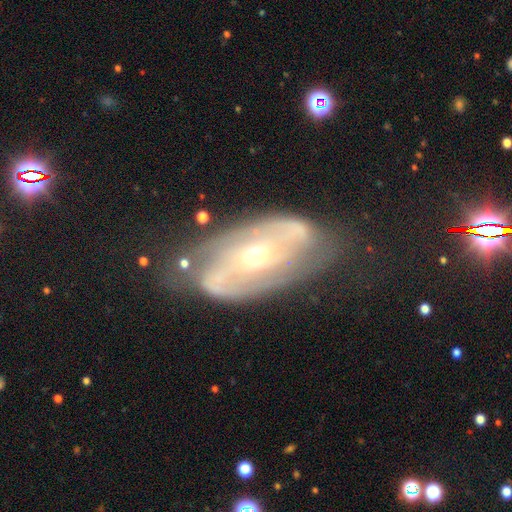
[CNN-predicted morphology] Q: Smooth or featured?
A: featured or disk (82%); runner-up: smooth (11%)
Q: Edge-on disk?
A: no (93%); runner-up: yes (7%)
Q: Bar?
A: no (48%); runner-up: weak (34%)
Q: Spiral arms?
A: yes (87%); runner-up: no (13%)
Q: Spiral winding?
A: tight (43%); runner-up: medium (40%)
Q: Spiral arm count?
A: 2 (69%); runner-up: can't tell (19%)
Q: Bulge size?
A: moderate (51%); runner-up: small (45%)
Q: Merging?
A: none (65%); runner-up: minor disturbance (21%)